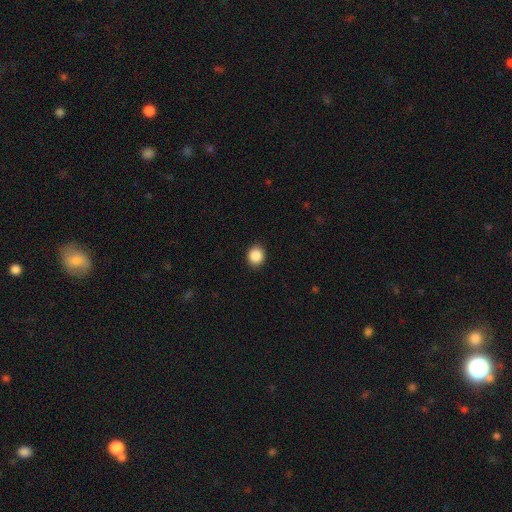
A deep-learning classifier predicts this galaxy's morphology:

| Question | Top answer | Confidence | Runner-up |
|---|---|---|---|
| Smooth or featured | smooth | 88% | star or artifact (9%) |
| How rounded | round | 80% | in between (20%) |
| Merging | none | 91% | minor disturbance (6%) |